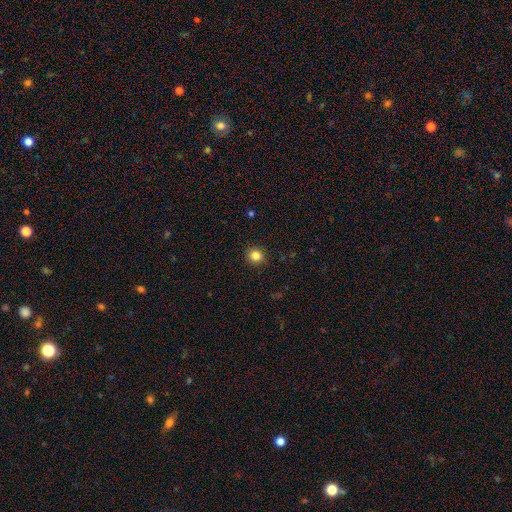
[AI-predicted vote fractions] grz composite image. It shows a smooth galaxy with no disk features (83%) that is round (85%). Merging: none (91%).